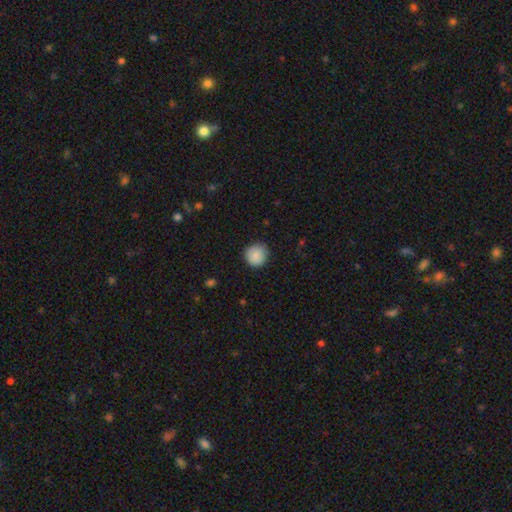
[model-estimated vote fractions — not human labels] Smooth or featured: smooth — 87% (star or artifact — 8%)
How rounded: round — 93% (in between — 6%)
Merging: none — 86% (minor disturbance — 10%)